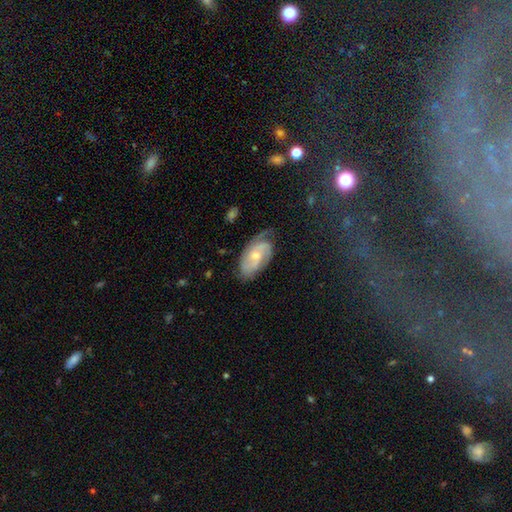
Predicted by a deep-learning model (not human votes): The model was most divided on "spiral winding" (2-way tie): medium: 42%, tight: 42%, loose: 16%. More confident: edge-on disk — no (96%); spiral arms — yes (95%); smooth or featured — featured or disk (78%); merging — none (63%); bar — no (57%); spiral arm count — 2 (52%); bulge size — small (51%).